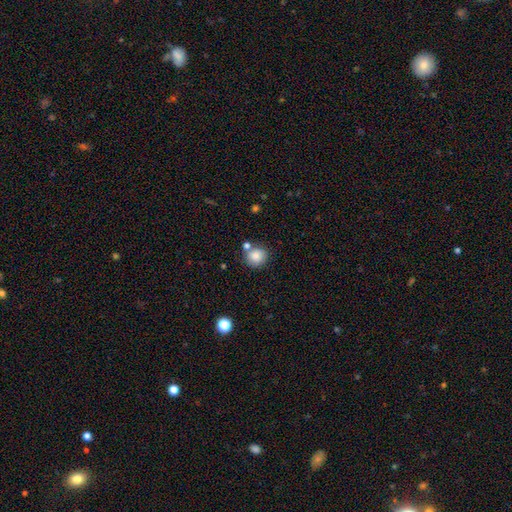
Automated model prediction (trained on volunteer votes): A smooth galaxy with no disk features (83%) that is round (86%). Merging: none (68%).